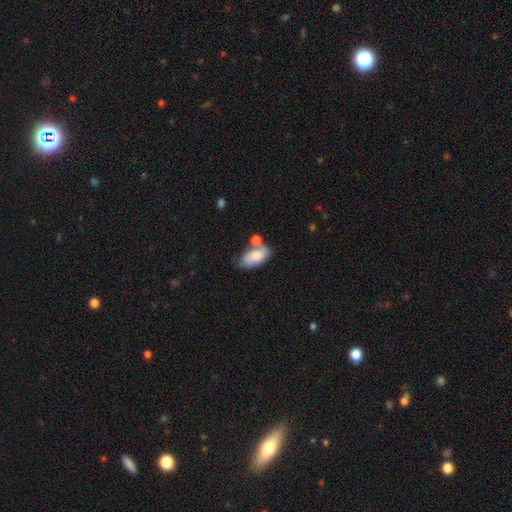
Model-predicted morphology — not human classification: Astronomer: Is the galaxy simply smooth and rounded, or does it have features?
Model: smooth — 72%.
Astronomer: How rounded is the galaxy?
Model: in between — 91%.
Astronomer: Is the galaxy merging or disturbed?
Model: none — 45% (runner-up: merger, 29%).